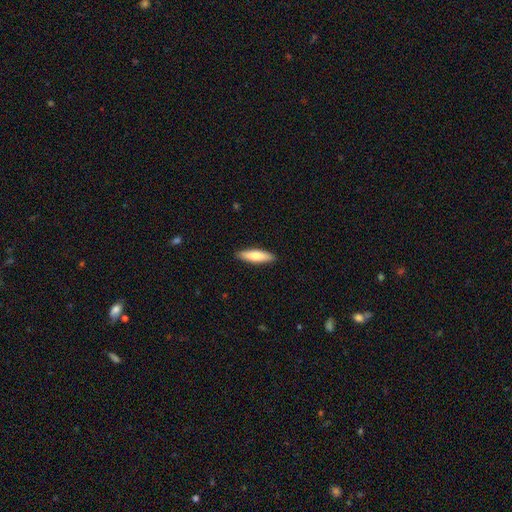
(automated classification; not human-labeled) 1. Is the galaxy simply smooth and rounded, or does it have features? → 72% smooth, 23% featured or disk, 5% star or artifact.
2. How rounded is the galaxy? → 66% cigar-shaped, 33% in between, 2% round.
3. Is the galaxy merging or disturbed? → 90% none, 7% minor disturbance, 1% major disturbance, 1% merger.